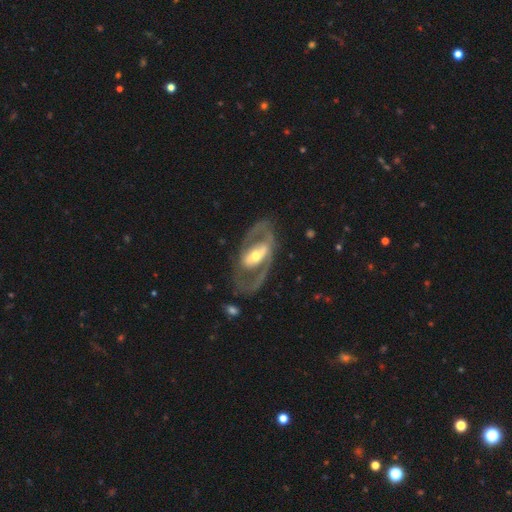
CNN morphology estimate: This appears to be a featured or disk galaxy (82%) with a strong bar (48%), spiral arms (62%) and a moderate central bulge (59%). Merging: none (70%).